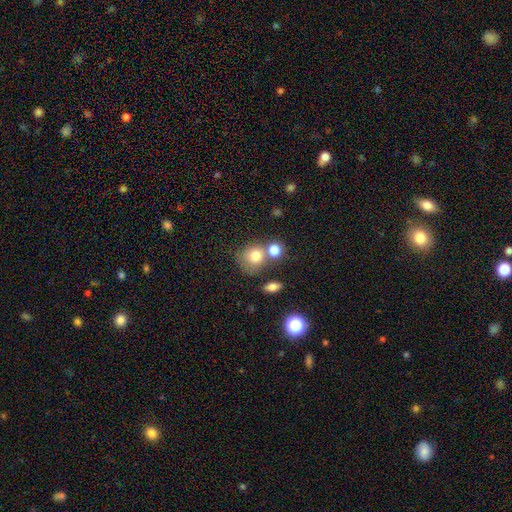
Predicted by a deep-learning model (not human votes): A smooth galaxy with no disk features (77%) that is round (75%).

Vote fractions:
- Smooth or featured? smooth: 77% / featured or disk: 12% / star or artifact: 11%
- How rounded? round: 75% / in between: 24% / cigar-shaped: 1%
- Merging? none: 46% / merger: 34% / minor disturbance: 13% / major disturbance: 6%